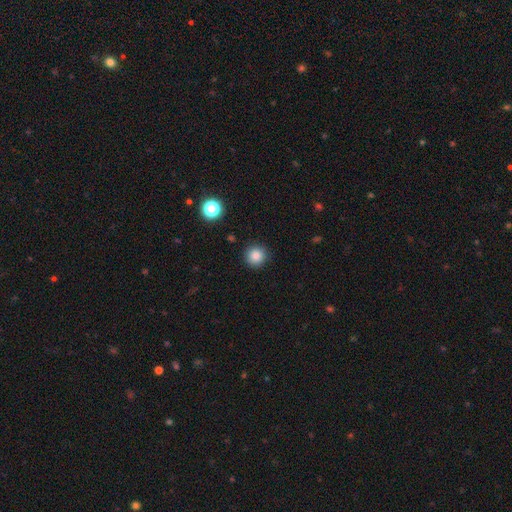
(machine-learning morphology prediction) Smooth or featured? smooth (85%)
How rounded? round (95%)
Merging? none (90%)